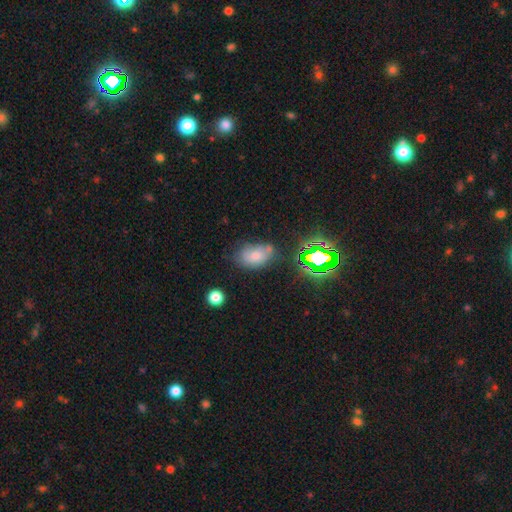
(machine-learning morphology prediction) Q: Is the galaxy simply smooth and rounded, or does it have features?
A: smooth — 66%.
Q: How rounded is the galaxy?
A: in between — 86%.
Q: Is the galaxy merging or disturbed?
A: none — 56%.